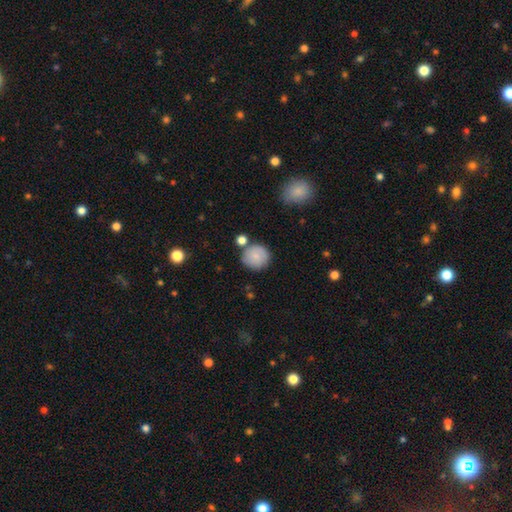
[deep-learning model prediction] The model was most divided on "merging": none: 75%, minor disturbance: 12%, merger: 9%, major disturbance: 3%. More confident: how rounded — round (91%); smooth or featured — smooth (79%).